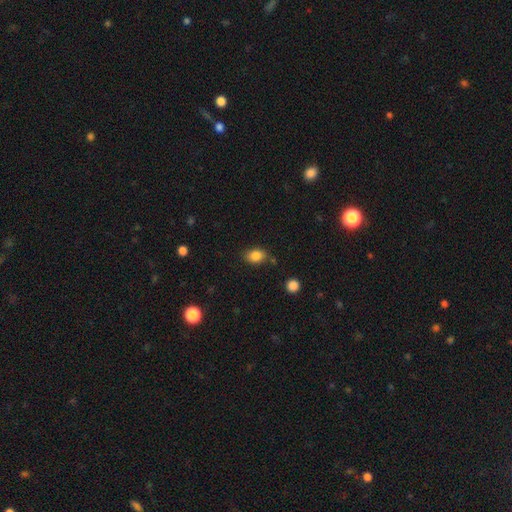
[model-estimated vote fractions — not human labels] Overall: smooth (84%). How rounded: in between (69%; round 29%). Merging: none (75%).